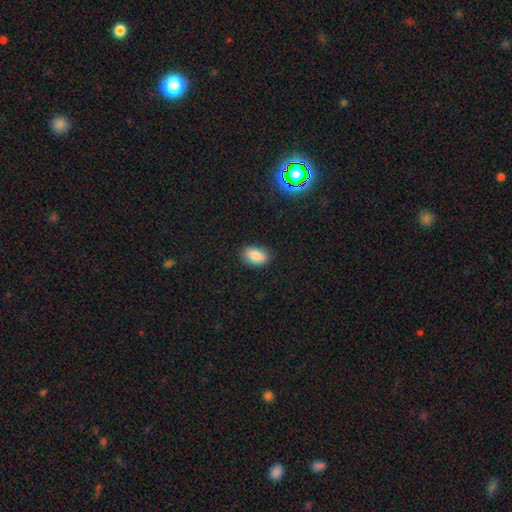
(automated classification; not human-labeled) A smooth galaxy with no disk features (85%) that is in between round and cigar-shaped (90%). Merging: none (85%).